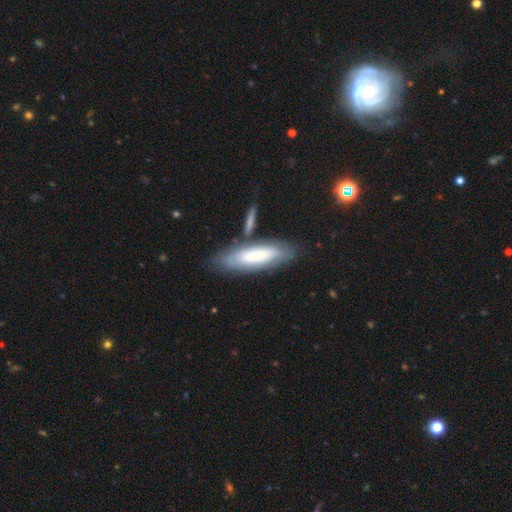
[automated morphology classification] A smooth galaxy with no disk features (64%) that is cigar-shaped (50%).

Vote fractions:
- Smooth or featured? smooth: 64% / featured or disk: 30% / star or artifact: 7%
- How rounded? cigar-shaped: 50% / in between: 48% / round: 2%
- Merging? none: 70% / minor disturbance: 14% / merger: 11% / major disturbance: 5%